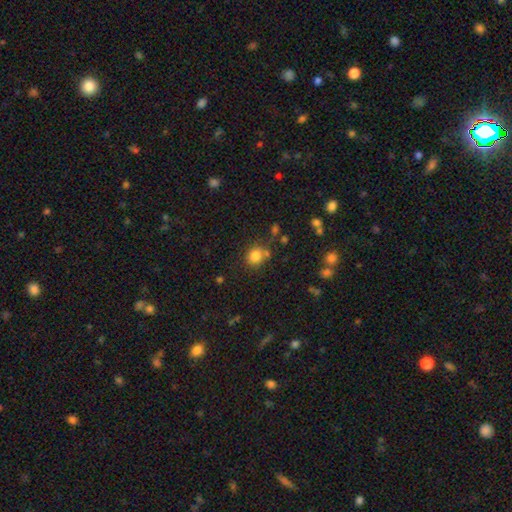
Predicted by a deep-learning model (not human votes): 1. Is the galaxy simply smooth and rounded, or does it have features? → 81% smooth, 13% star or artifact, 6% featured or disk.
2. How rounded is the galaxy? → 80% round, 19% in between, 1% cigar-shaped.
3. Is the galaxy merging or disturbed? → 69% none, 13% minor disturbance, 13% merger, 5% major disturbance.